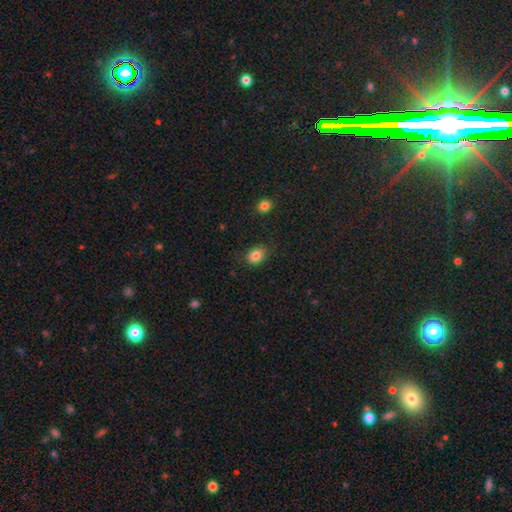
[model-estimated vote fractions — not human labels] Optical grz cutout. It shows a smooth galaxy with no disk features (83%) that is in between round and cigar-shaped (57%). Merging: none (80%).